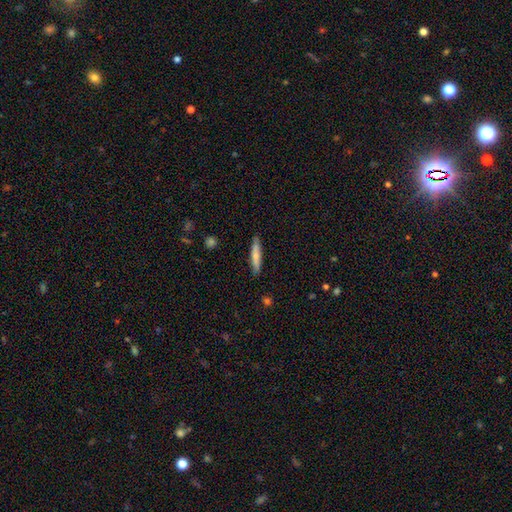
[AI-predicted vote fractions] A smooth galaxy with no disk features (69%) that is cigar-shaped (89%).

Vote fractions:
- Smooth or featured? smooth: 69% / featured or disk: 25% / star or artifact: 6%
- How rounded? cigar-shaped: 89% / in between: 9% / round: 1%
- Merging? none: 87% / minor disturbance: 10% / major disturbance: 2% / merger: 1%